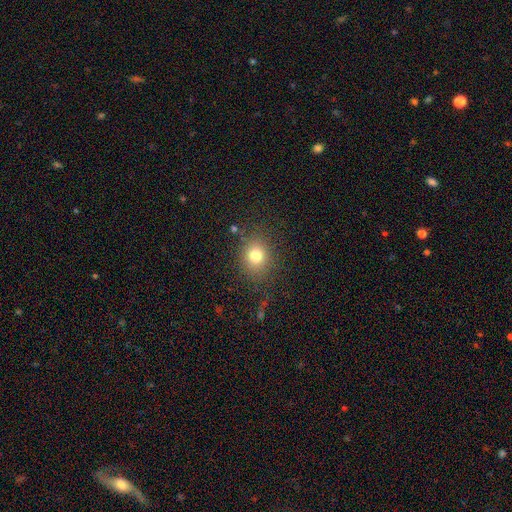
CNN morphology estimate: smooth-or-featured: smooth: 78% | star or artifact: 14% | featured or disk: 9%
  how-rounded: round: 71% | in between: 28% | cigar-shaped: 1%
  merging: none: 82% | minor disturbance: 11% | major disturbance: 5% | merger: 2%